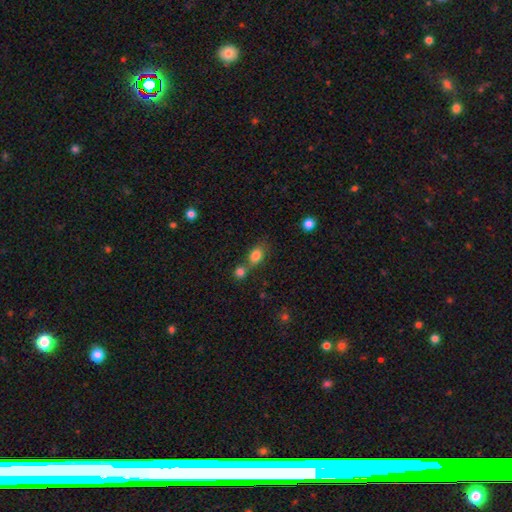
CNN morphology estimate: Overall: smooth (82%). How rounded: in between (71%). Merging: none (42%; merger 41%).